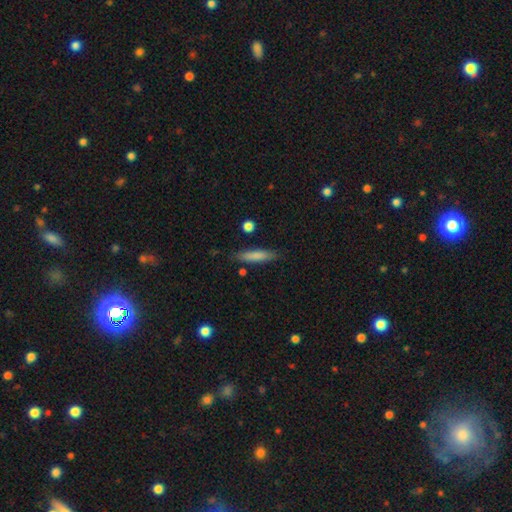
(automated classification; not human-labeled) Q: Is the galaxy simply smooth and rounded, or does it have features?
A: smooth — 80%.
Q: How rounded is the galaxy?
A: cigar-shaped — 81%.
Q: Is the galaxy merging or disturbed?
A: none — 83%.